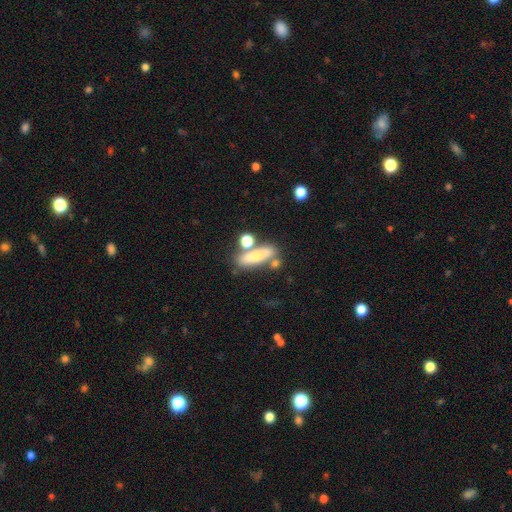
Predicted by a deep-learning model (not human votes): Smooth or featured?
  - smooth: 58% *
  - featured or disk: 32%
  - star or artifact: 9%
How rounded?
  - cigar-shaped: 53% *
  - in between: 39%
  - round: 7%
Merging?
  - none: 60% *
  - merger: 20%
  - minor disturbance: 14%
  - major disturbance: 6%